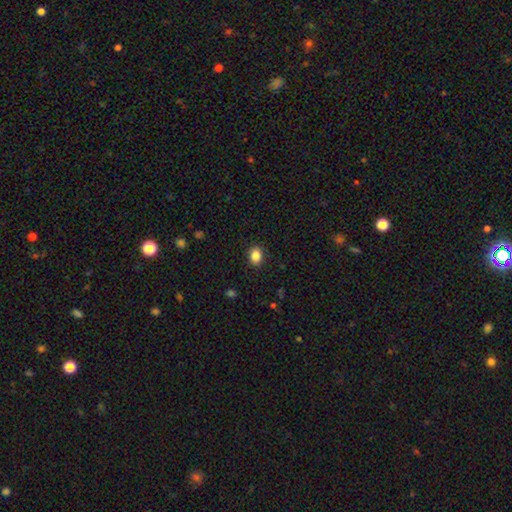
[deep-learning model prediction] A smooth galaxy with no disk features (86%) that is in between round and cigar-shaped (64%). Merging: none (89%).